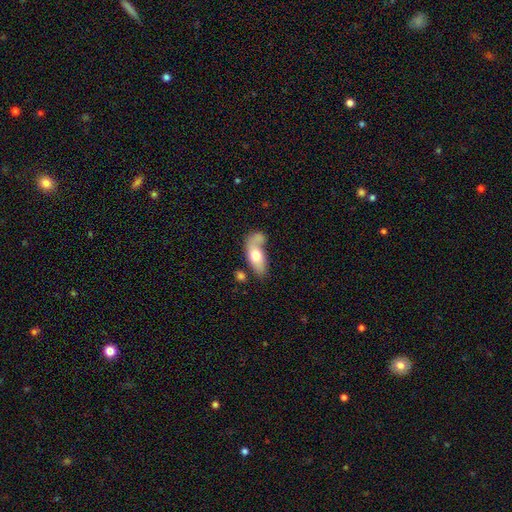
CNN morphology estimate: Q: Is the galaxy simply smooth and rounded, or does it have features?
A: smooth — 62%.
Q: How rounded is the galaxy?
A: in between — 84%.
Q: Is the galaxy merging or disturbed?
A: merger — 30%.